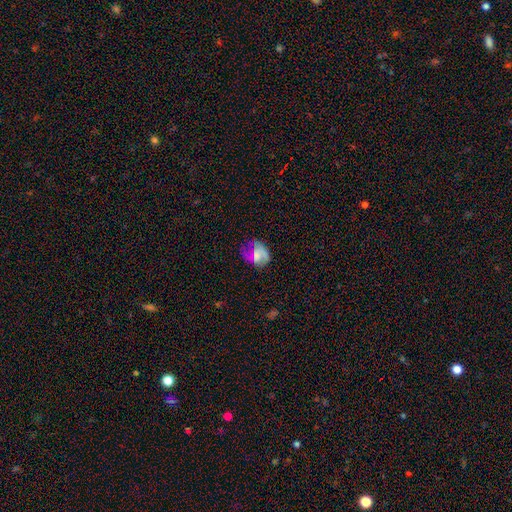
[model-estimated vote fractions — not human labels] Smooth or featured: smooth — 47% (featured or disk — 39%)
Merging: none — 51% (minor disturbance — 27%)